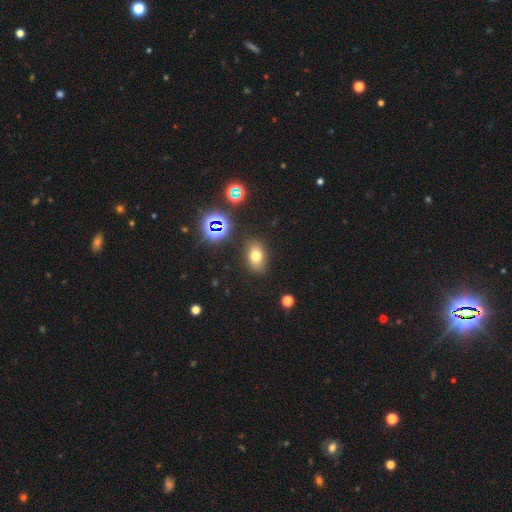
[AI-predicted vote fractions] smooth_or_featured: smooth (p=0.69) [alt: star or artifact p=0.19]
how_rounded: in between (p=0.76) [alt: round p=0.23]
merging: none (p=0.84) [alt: minor disturbance p=0.10]